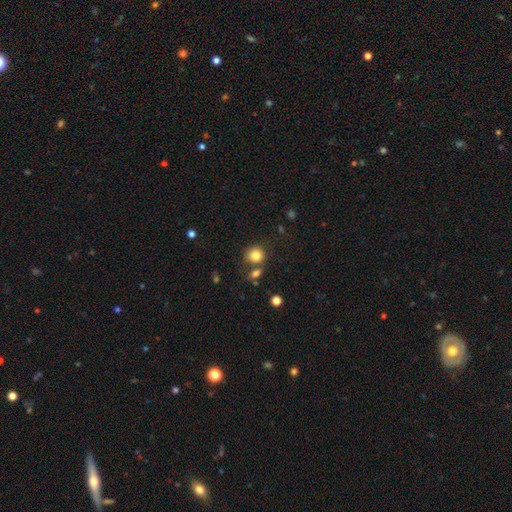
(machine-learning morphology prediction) Smooth or featured: smooth — 83% (star or artifact — 11%)
How rounded: round — 84% (in between — 15%)
Merging: none — 66% (merger — 19%)